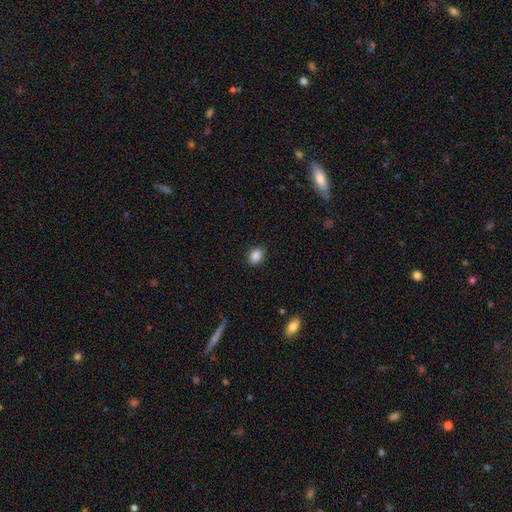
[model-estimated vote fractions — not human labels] Smooth or featured: smooth — 87% (star or artifact — 9%)
How rounded: in between — 56% (round — 43%)
Merging: none — 87% (minor disturbance — 10%)